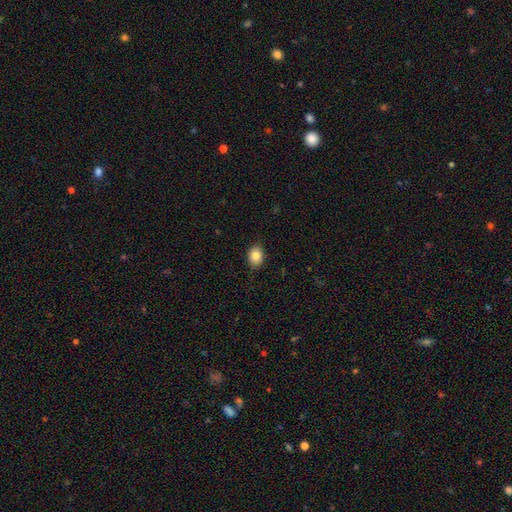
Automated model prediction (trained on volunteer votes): smooth-or-featured: smooth: 84% | star or artifact: 9% | featured or disk: 7%
  how-rounded: in between: 58% | round: 41% | cigar-shaped: 1%
  merging: none: 84% | minor disturbance: 13% | major disturbance: 2% | merger: 1%